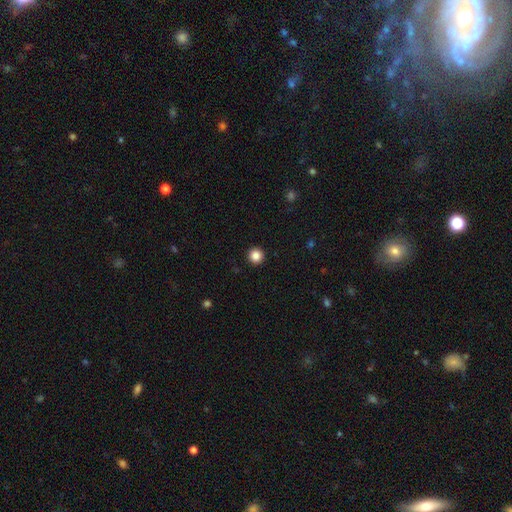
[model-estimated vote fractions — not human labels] This appears to be a smooth galaxy with no disk features (86%) that is round (96%). Merging: none (94%).